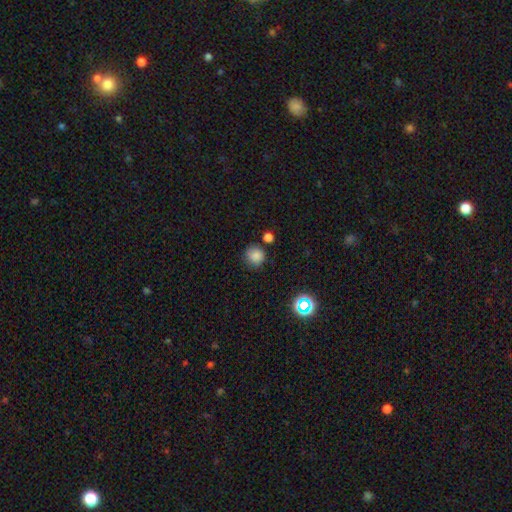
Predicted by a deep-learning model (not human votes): smooth-or-featured: smooth: 81% | star or artifact: 14% | featured or disk: 5%
  how-rounded: round: 91% | in between: 8% | cigar-shaped: 1%
  merging: none: 77% | minor disturbance: 13% | merger: 6% | major disturbance: 4%